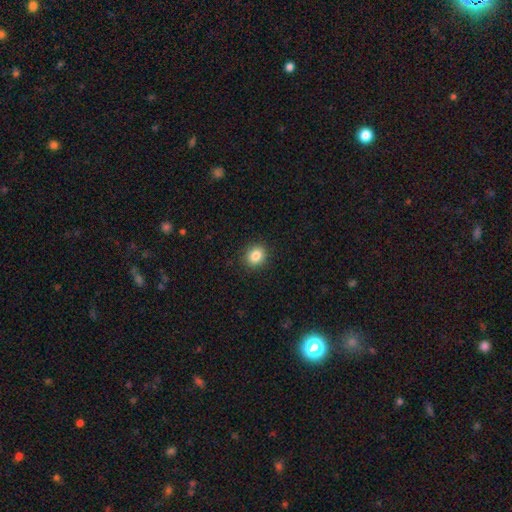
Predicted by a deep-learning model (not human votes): Smooth or featured?
  - smooth: 85% *
  - star or artifact: 10%
  - featured or disk: 5%
How rounded?
  - round: 67% *
  - in between: 32%
  - cigar-shaped: 1%
Merging?
  - none: 90% *
  - minor disturbance: 7%
  - major disturbance: 2%
  - merger: 1%